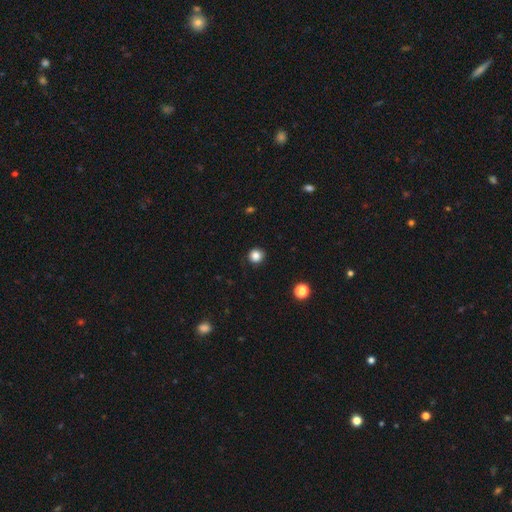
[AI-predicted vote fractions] Morphology: type=smooth (85%); roundness=round (93%); merging=none (91%).